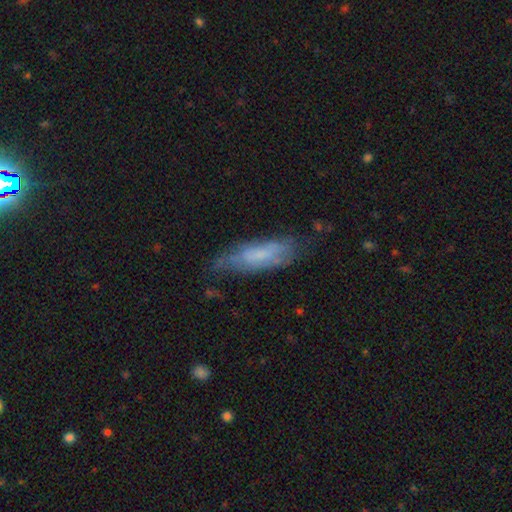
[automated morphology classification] This appears to be a smooth galaxy with no disk features (50%). Merging: none (55%).